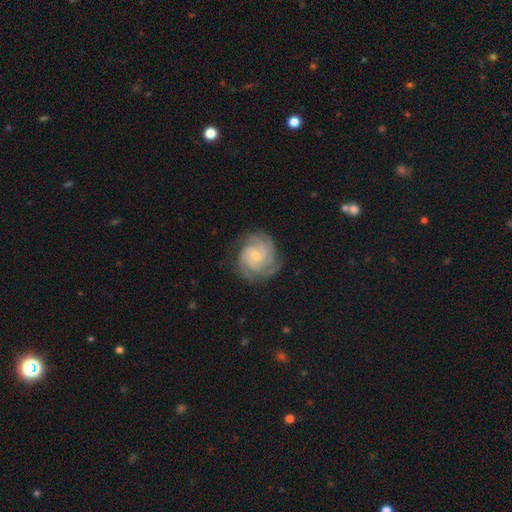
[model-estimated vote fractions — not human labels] This is clearly a featured or disk galaxy (87%). It is clearly not viewed edge-on (98%). Bar: possibly no (56%). Spiral arm pattern: clearly yes (98%). Spiral arm count: marginally 3 (33%). Spiral winding: likely tight (72%). Central bulge: likely small (65%). Merging: likely none (79%).